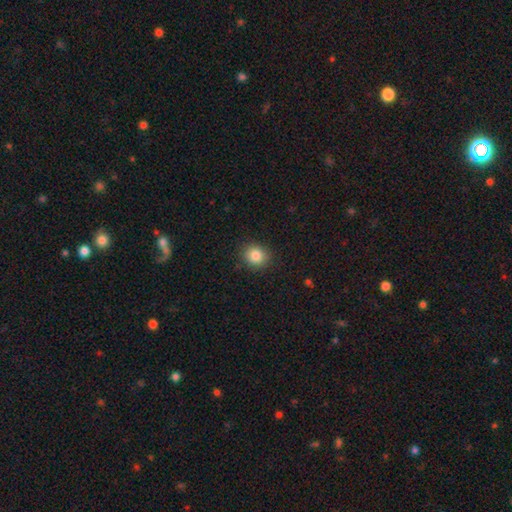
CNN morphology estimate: Smooth or featured?
  - smooth: 85% *
  - star or artifact: 10%
  - featured or disk: 5%
How rounded?
  - round: 78% *
  - in between: 21%
  - cigar-shaped: 1%
Merging?
  - none: 89% *
  - minor disturbance: 8%
  - major disturbance: 2%
  - merger: 1%